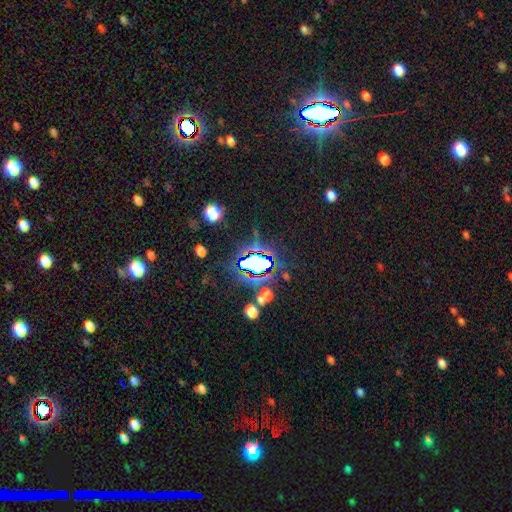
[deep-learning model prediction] The model was most divided on "smooth or featured": star or artifact: 62%, smooth: 26%, featured or disk: 13%.